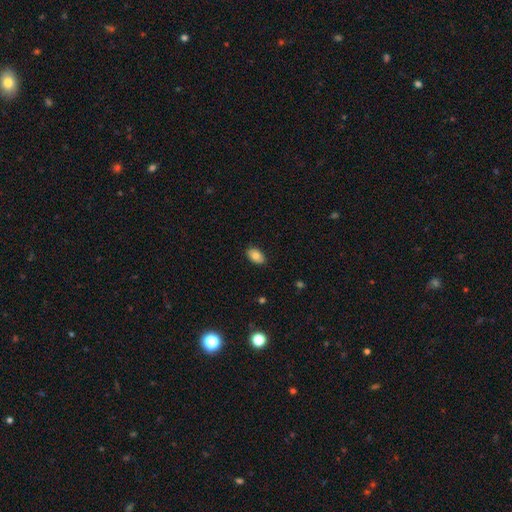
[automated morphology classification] This is clearly a smooth galaxy (80%). How rounded: clearly in between (90%). Merging: clearly none (86%).